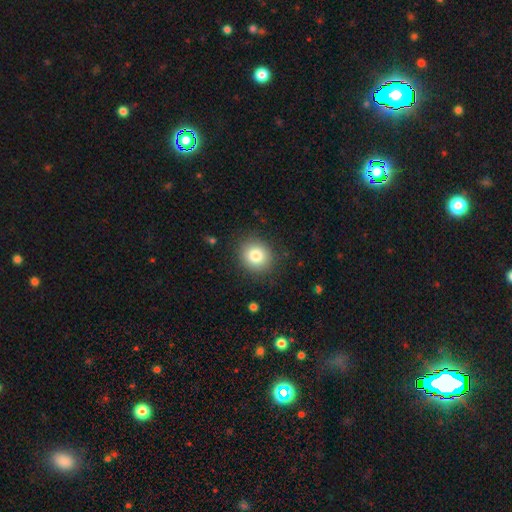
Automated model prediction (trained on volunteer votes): A smooth galaxy with no disk features (82%) that is round (82%).

Vote fractions:
- Smooth or featured? smooth: 82% / star or artifact: 10% / featured or disk: 8%
- How rounded? round: 82% / in between: 17% / cigar-shaped: 1%
- Merging? none: 88% / minor disturbance: 8% / major disturbance: 3% / merger: 1%